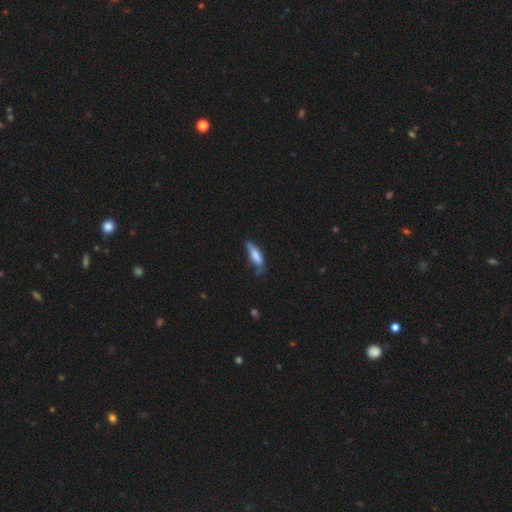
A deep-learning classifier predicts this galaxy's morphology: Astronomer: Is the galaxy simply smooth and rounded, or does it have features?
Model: smooth — 74%.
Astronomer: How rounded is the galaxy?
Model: cigar-shaped — 54% (runner-up: in between, 45%).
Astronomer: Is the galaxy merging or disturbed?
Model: none — 46% (runner-up: minor disturbance, 38%).